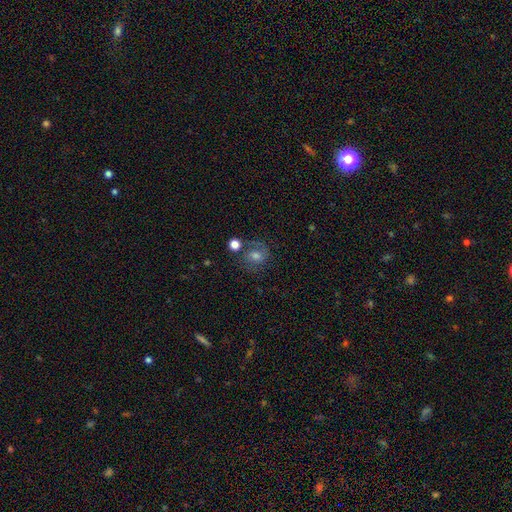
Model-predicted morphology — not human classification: Q: Smooth or featured?
A: featured or disk (50%); runner-up: smooth (33%)
Q: Merging?
A: none (62%); runner-up: minor disturbance (17%)